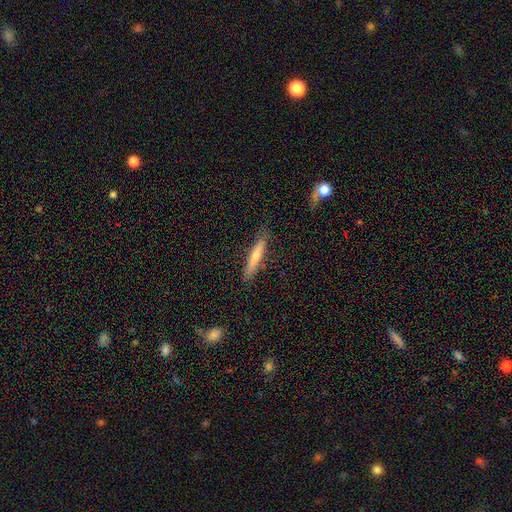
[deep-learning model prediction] Smooth or featured?
  - smooth: 52% *
  - featured or disk: 41%
  - star or artifact: 6%
How rounded?
  - cigar-shaped: 92% *
  - in between: 6%
  - round: 2%
Merging?
  - none: 85% *
  - minor disturbance: 12%
  - major disturbance: 2%
  - merger: 2%